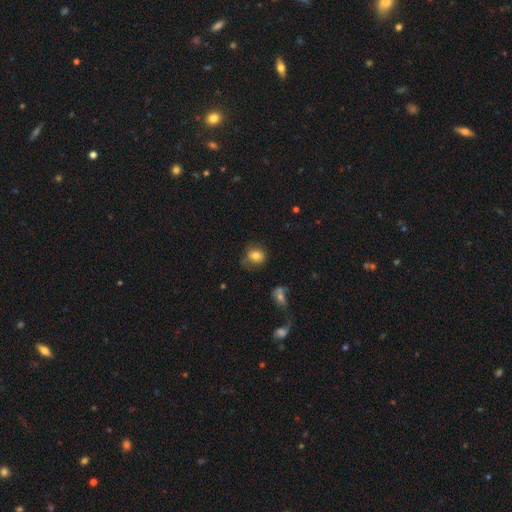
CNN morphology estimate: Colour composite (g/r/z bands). It shows a smooth galaxy with no disk features (78%) that is round (72%). Merging: none (60%).